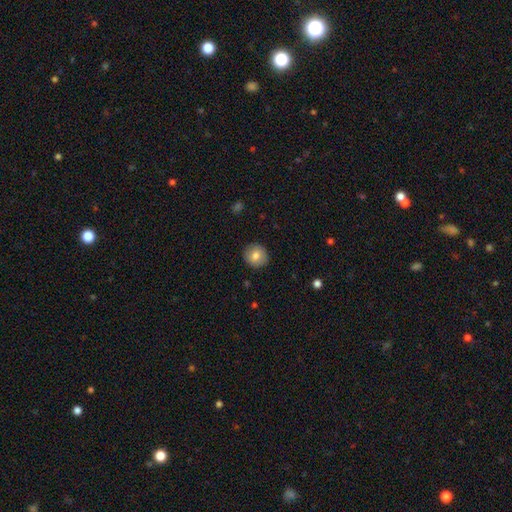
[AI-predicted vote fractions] smooth-or-featured: smooth: 80% | featured or disk: 12% | star or artifact: 8%
  how-rounded: round: 91% | in between: 8% | cigar-shaped: 1%
  merging: none: 90% | minor disturbance: 7% | major disturbance: 2% | merger: 1%